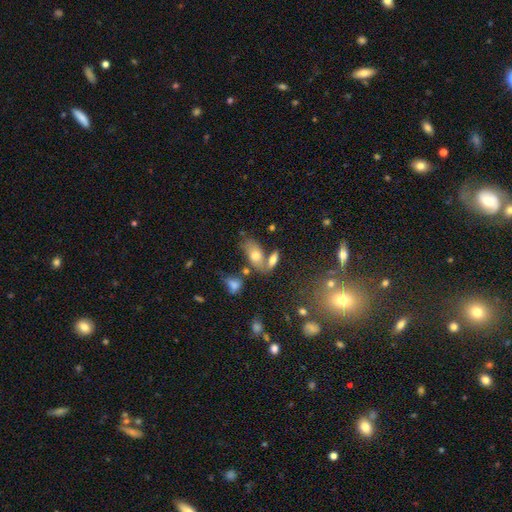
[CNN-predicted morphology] Smooth or featured: smooth — 68% (featured or disk — 22%)
How rounded: in between — 87% (cigar-shaped — 8%)
Merging: none — 44% (merger — 33%)